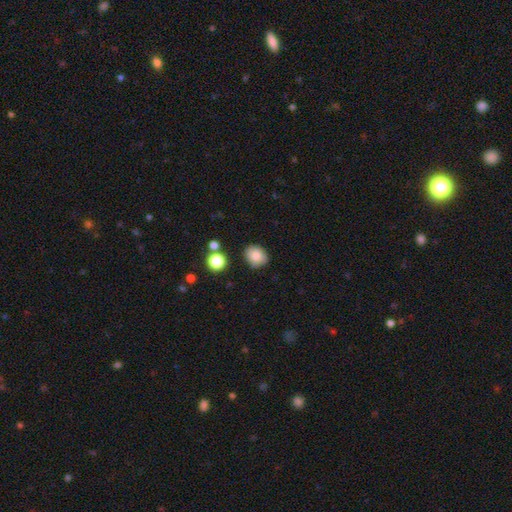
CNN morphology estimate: smooth-or-featured: smooth: 85% | star or artifact: 9% | featured or disk: 6%
  how-rounded: round: 66% | in between: 33% | cigar-shaped: 1%
  merging: none: 82% | minor disturbance: 12% | merger: 3% | major disturbance: 3%